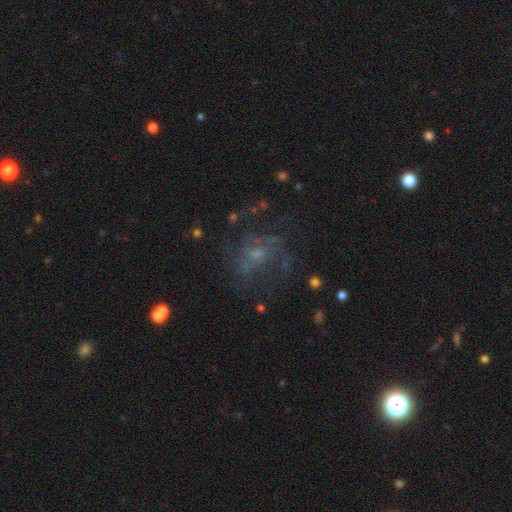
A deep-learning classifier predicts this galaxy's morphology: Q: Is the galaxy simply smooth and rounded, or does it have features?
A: featured or disk — 65%.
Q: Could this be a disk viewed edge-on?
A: no — 97%.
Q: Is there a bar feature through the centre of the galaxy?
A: no — 66%.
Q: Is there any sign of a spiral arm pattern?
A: yes — 76%.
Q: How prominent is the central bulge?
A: small — 52%.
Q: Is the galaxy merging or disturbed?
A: none — 59%.